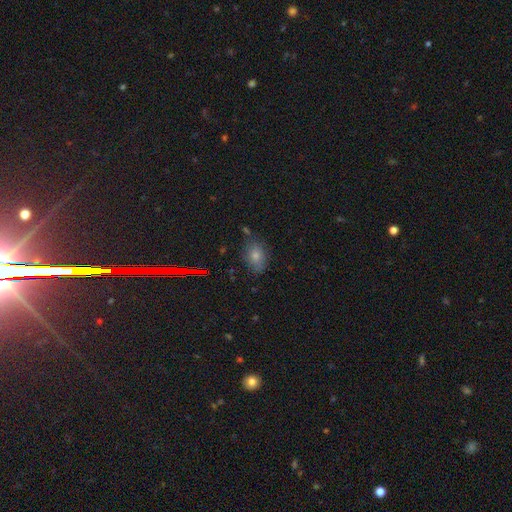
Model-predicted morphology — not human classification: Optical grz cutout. It shows a smooth galaxy with no disk features (77%) that is in between round and cigar-shaped (76%). Merging: none (73%).